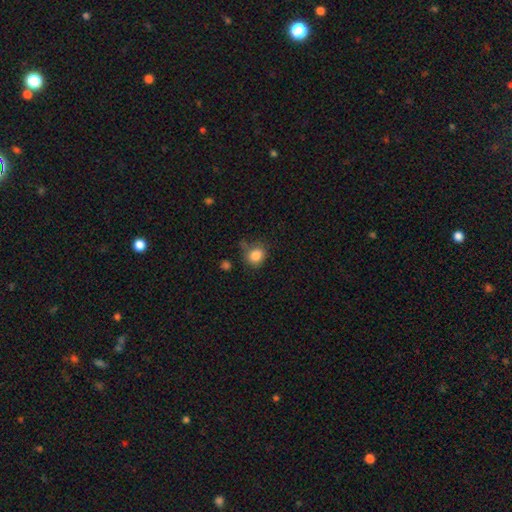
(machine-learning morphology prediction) Smooth or featured? Predicted: smooth (p=0.84). How rounded? Predicted: round (p=0.71). Merging? Predicted: none (p=0.69).